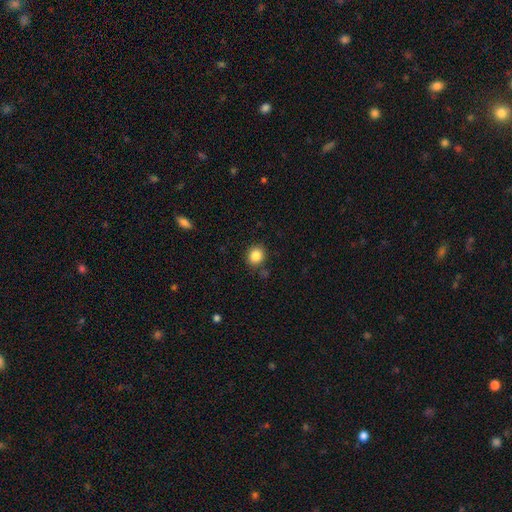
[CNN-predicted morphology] Smooth or featured?
  - smooth: 86% *
  - star or artifact: 10%
  - featured or disk: 4%
How rounded?
  - round: 80% *
  - in between: 19%
  - cigar-shaped: 1%
Merging?
  - none: 84% *
  - minor disturbance: 10%
  - merger: 3%
  - major disturbance: 3%